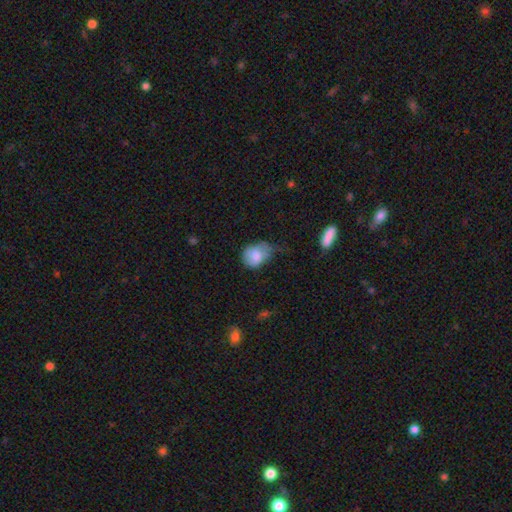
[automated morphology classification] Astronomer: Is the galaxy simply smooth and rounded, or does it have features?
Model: smooth — 75%.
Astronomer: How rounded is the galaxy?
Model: in between — 53% (runner-up: round, 46%).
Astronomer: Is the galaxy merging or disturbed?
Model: minor disturbance — 44% (runner-up: none, 28%).